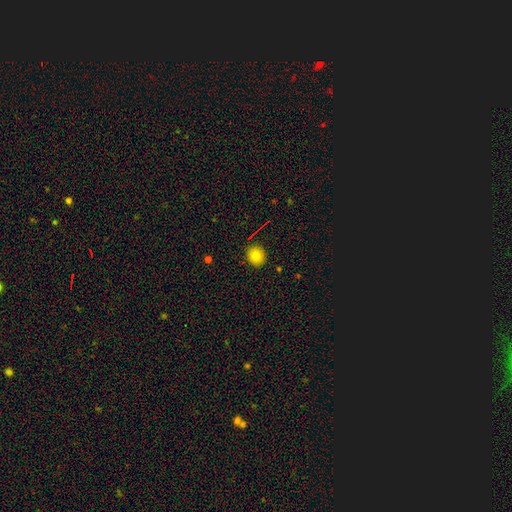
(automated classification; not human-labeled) Smooth or featured? smooth (80%)
How rounded? round (79%)
Merging? none (87%)